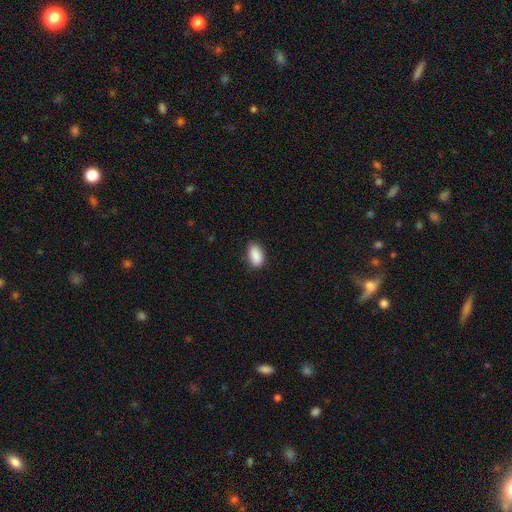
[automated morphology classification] Smooth or featured? smooth (90%)
How rounded? in between (93%)
Merging? none (82%)